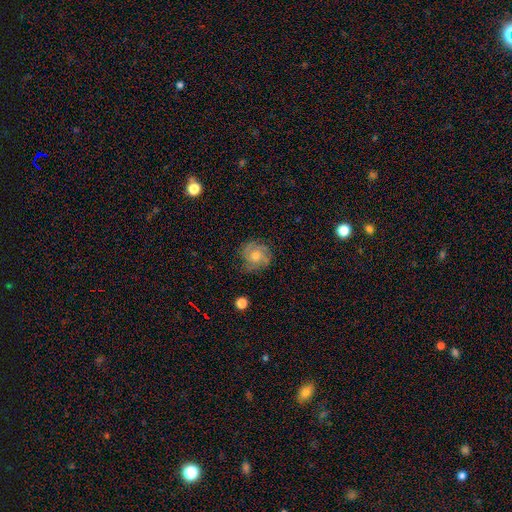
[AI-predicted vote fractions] This is likely a featured or disk galaxy (66%). It is clearly not viewed edge-on (97%). Bar: likely no (78%). Spiral arm pattern: clearly yes (91%). Spiral arm count: marginally 3 (35%). Spiral winding: possibly tight (53%). Central bulge: likely moderate (67%). Merging: likely none (78%).